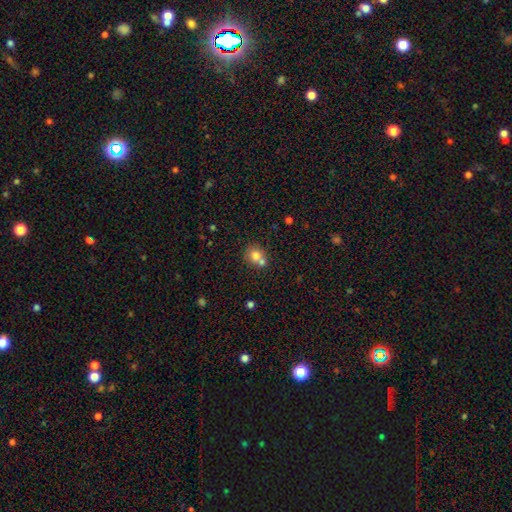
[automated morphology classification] smooth-or-featured: smooth: 76% | featured or disk: 13% | star or artifact: 11%
  how-rounded: round: 81% | in between: 18% | cigar-shaped: 1%
  merging: none: 45% | merger: 44% | minor disturbance: 8% | major disturbance: 3%